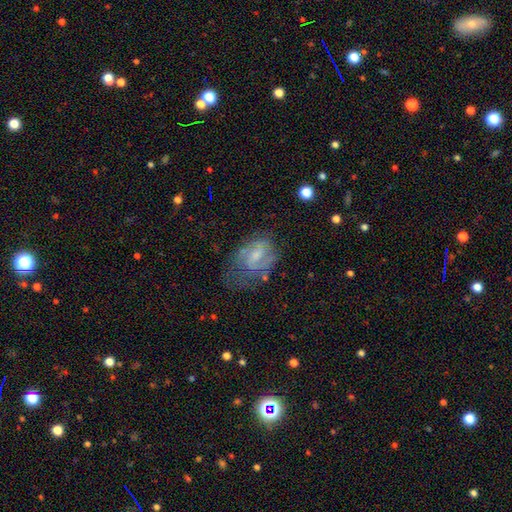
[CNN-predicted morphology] This is likely a featured or disk galaxy (73%). It is clearly not viewed edge-on (97%). Bar: possibly weak (55%). Spiral arm pattern: clearly yes (85%). Spiral arm count: possibly 2 (56%). Spiral winding: marginally medium (44%). Central bulge: possibly small (50%). Merging: possibly none (49%).